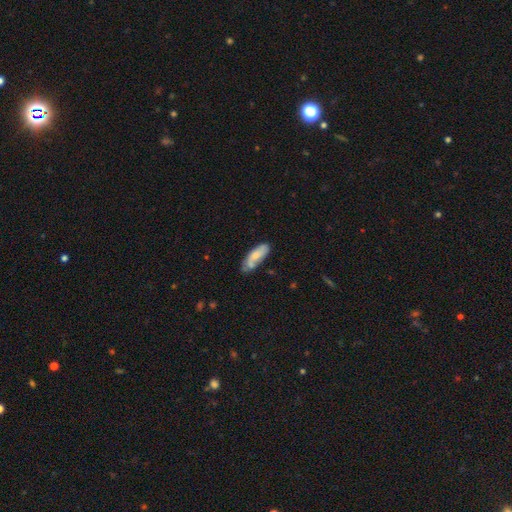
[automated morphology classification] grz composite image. It shows a smooth galaxy with no disk features (60%) that is in between round and cigar-shaped (65%). Merging: none (54%).